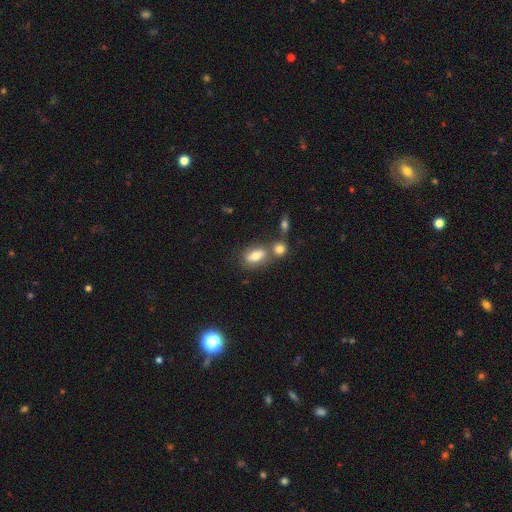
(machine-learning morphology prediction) type=smooth (76%); roundness=in between (84%); merging=none (45%).